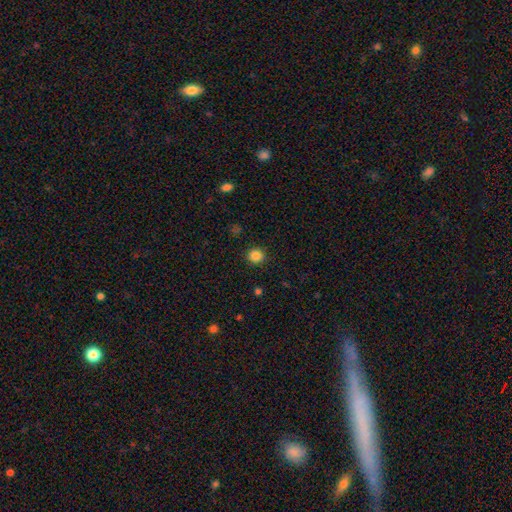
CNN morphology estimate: This appears to be a smooth galaxy with no disk features (85%) that is round (92%). Merging: none (92%).